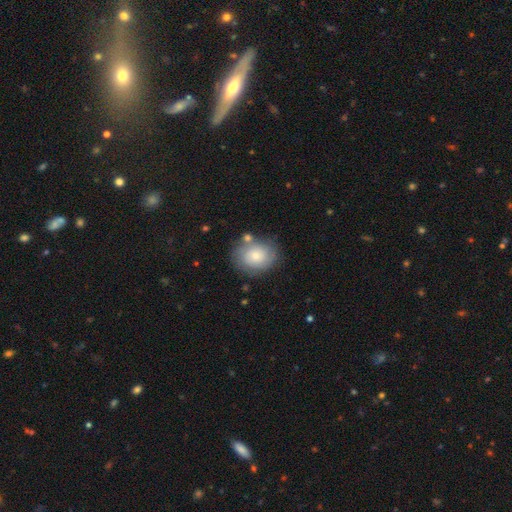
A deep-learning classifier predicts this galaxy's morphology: The model was most divided on "how rounded": round: 57%, in between: 42%, cigar-shaped: 1%. More confident: merging — none (71%); smooth or featured — smooth (68%).